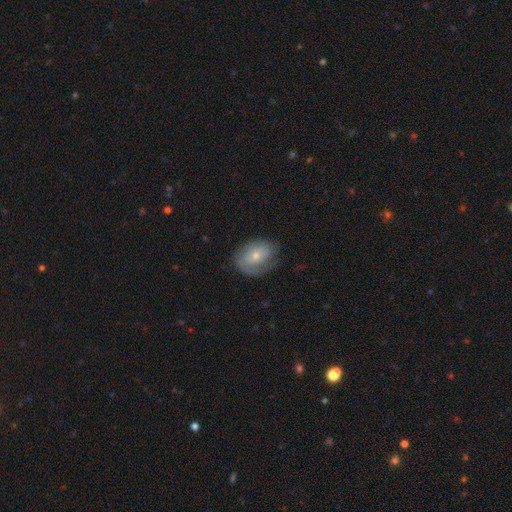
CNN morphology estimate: This appears to be a smooth galaxy with no disk features (51%) that is in between round and cigar-shaped (68%). Merging: none (63%).